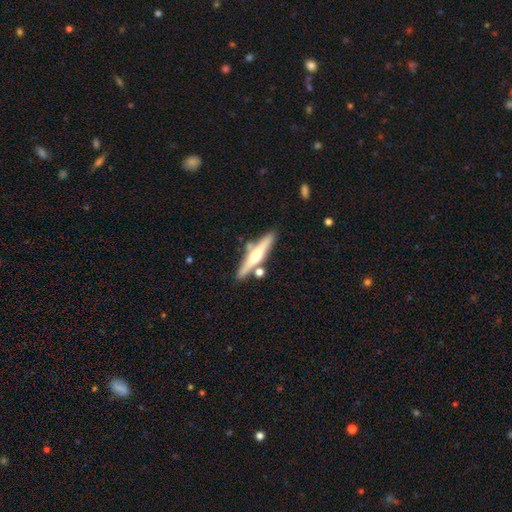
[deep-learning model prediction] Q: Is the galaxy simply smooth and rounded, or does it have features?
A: featured or disk — 58%.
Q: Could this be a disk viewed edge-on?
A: yes — 95%.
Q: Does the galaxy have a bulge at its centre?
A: rounded — 88%.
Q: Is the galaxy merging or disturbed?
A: none — 76%.